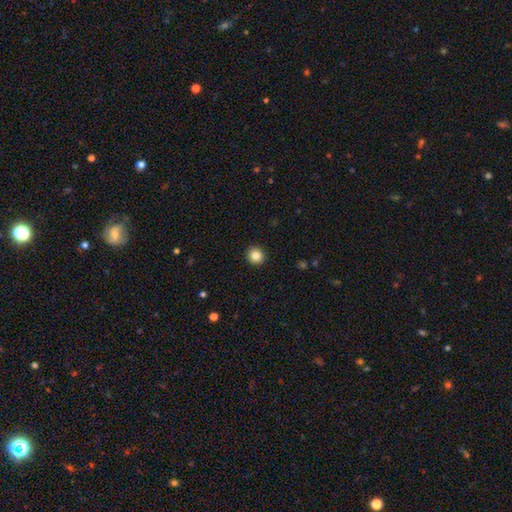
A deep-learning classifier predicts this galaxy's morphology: type=smooth (84%); roundness=round (90%); merging=none (93%).